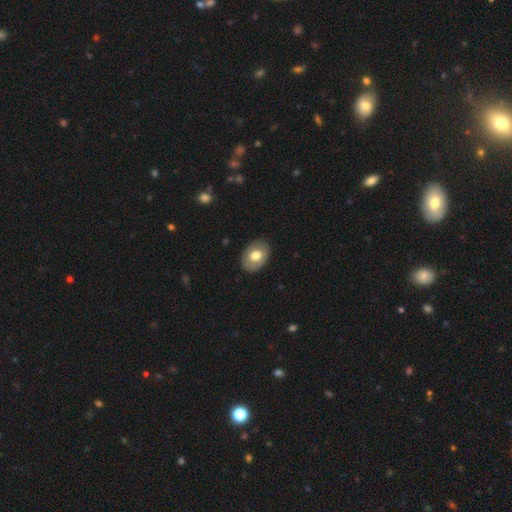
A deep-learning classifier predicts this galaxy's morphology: Overall: smooth (66%; featured or disk 27%). How rounded: in between (73%). Merging: none (85%).